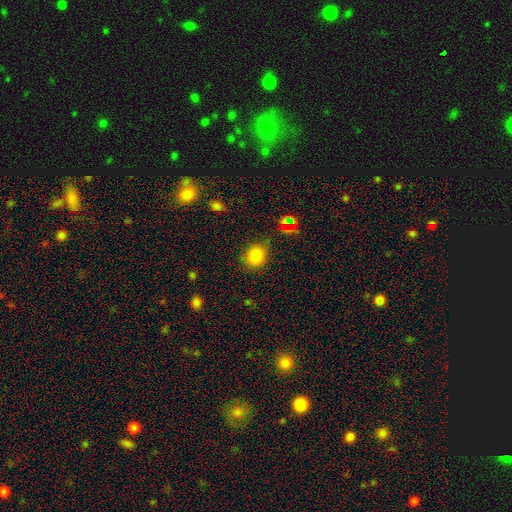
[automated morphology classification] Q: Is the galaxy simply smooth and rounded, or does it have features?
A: smooth — 81%.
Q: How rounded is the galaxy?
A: round — 70%.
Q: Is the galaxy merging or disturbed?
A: none — 76%.